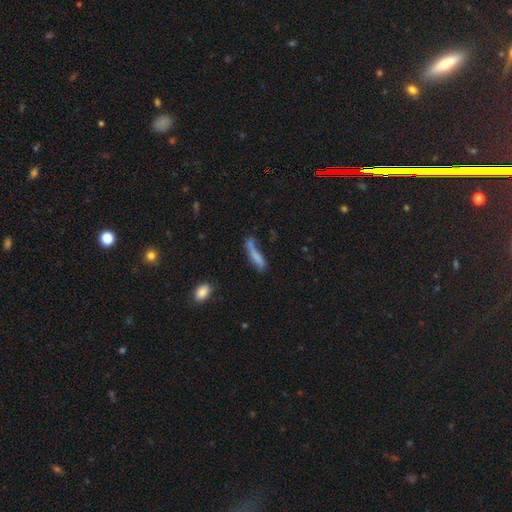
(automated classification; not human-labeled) A smooth galaxy with no disk features (69%) that is cigar-shaped (78%).

Vote fractions:
- Smooth or featured? smooth: 69% / featured or disk: 21% / star or artifact: 9%
- How rounded? cigar-shaped: 78% / in between: 19% / round: 2%
- Merging? none: 43% / minor disturbance: 25% / major disturbance: 16% / merger: 16%